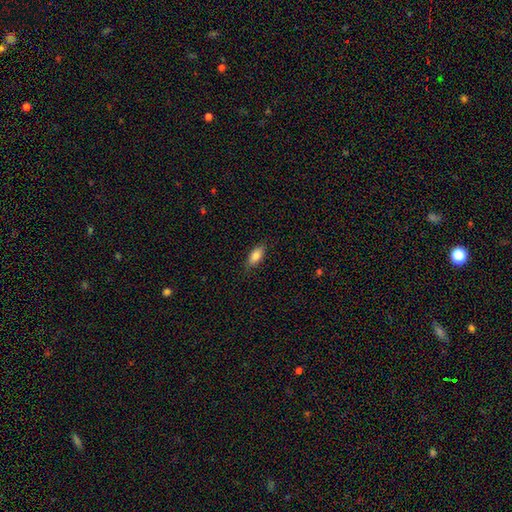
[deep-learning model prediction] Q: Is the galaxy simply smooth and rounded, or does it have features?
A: smooth — 83%.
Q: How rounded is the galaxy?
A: in between — 84%.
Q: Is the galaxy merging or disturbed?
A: none — 85%.